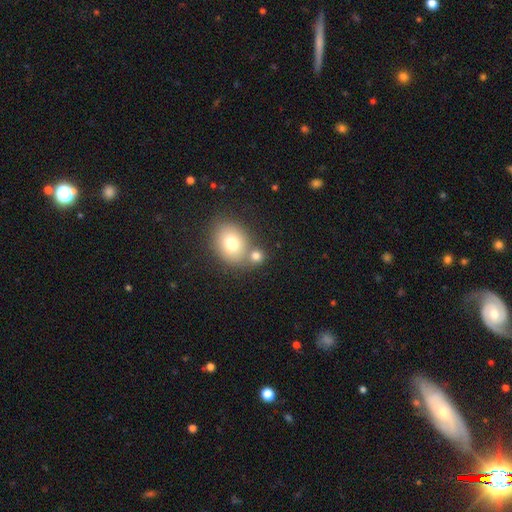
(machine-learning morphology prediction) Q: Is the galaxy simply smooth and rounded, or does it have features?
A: smooth — 77%.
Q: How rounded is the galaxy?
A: round — 69%.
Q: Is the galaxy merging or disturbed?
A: none — 55%.